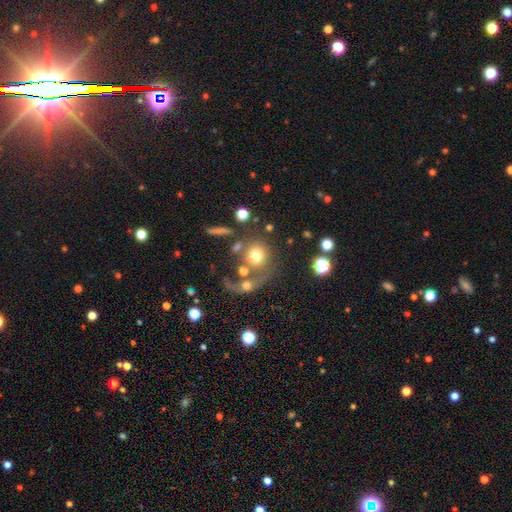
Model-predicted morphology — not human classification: The model was most divided on "merging": none: 36%, merger: 33%, major disturbance: 19%, minor disturbance: 12%. More confident: how rounded — round (78%); smooth or featured — smooth (66%).